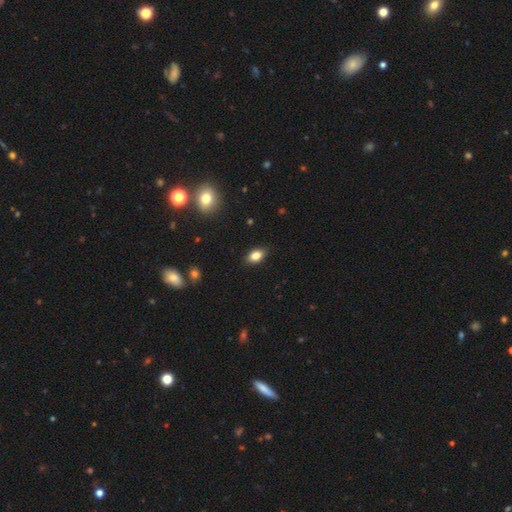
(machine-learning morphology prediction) smooth_or_featured: smooth (p=0.84) [alt: star or artifact p=0.10]
how_rounded: in between (p=0.86) [alt: round p=0.12]
merging: none (p=0.87) [alt: minor disturbance p=0.10]